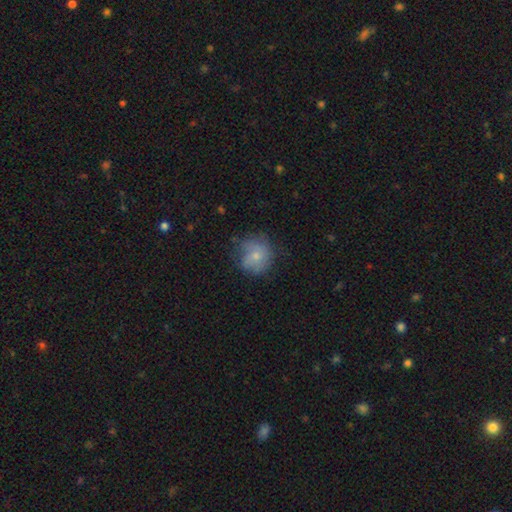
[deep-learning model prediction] smooth 69%, featured or disk 22%, star or artifact 9%. Down the decision tree: how rounded — round (82%); merging — none (57%).